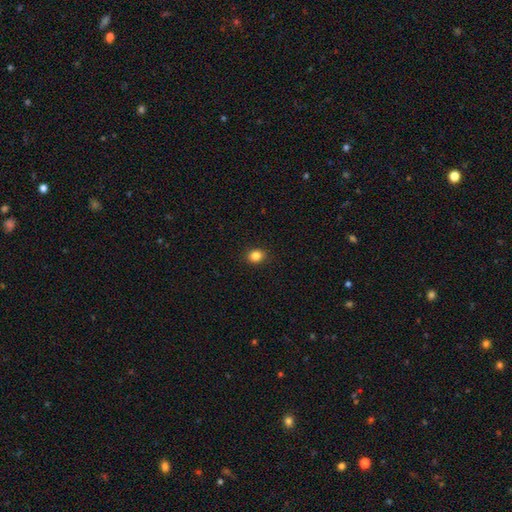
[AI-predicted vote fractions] smooth 84%, star or artifact 11%, featured or disk 4%. Down the decision tree: how rounded — round (67%); merging — none (91%).